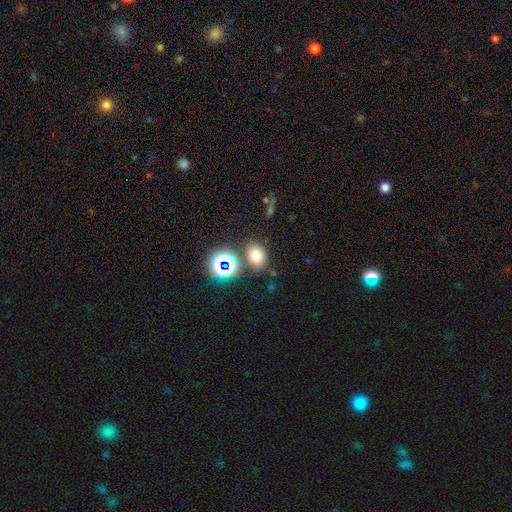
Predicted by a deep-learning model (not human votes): This is likely a smooth galaxy (72%). How rounded: possibly in between (55%). Merging: likely none (76%).